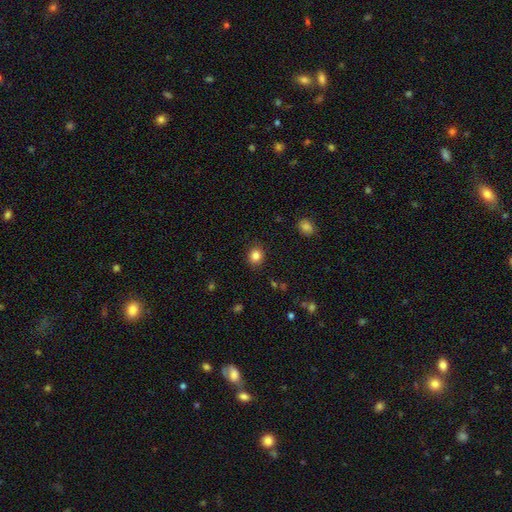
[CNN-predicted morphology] This is clearly a smooth galaxy (85%). How rounded: likely round (74%). Merging: clearly none (88%).